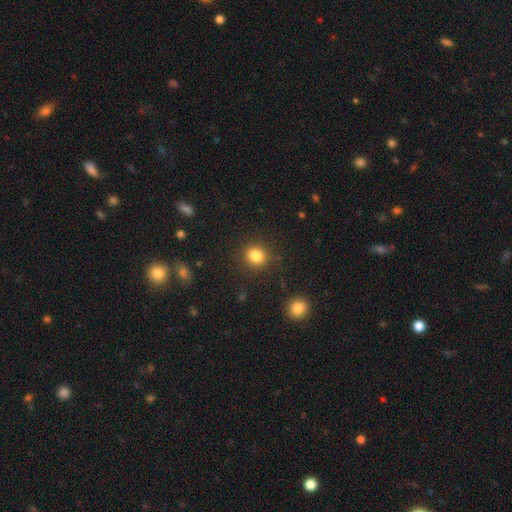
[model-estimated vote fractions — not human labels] Smooth or featured? smooth (83%)
How rounded? round (80%)
Merging? none (89%)